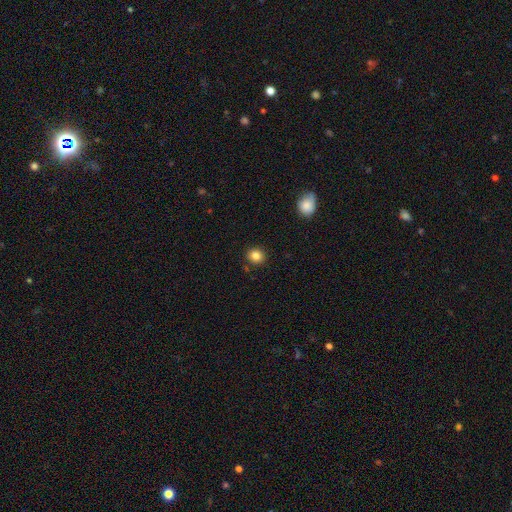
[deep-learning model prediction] This appears to be a smooth galaxy with no disk features (85%) that is round (79%). Merging: none (88%).